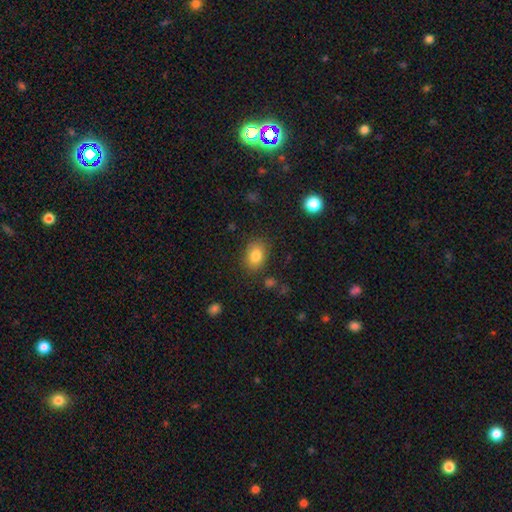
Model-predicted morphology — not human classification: smooth 82%, star or artifact 10%, featured or disk 8%. Down the decision tree: how rounded — in between (70%); merging — none (83%).